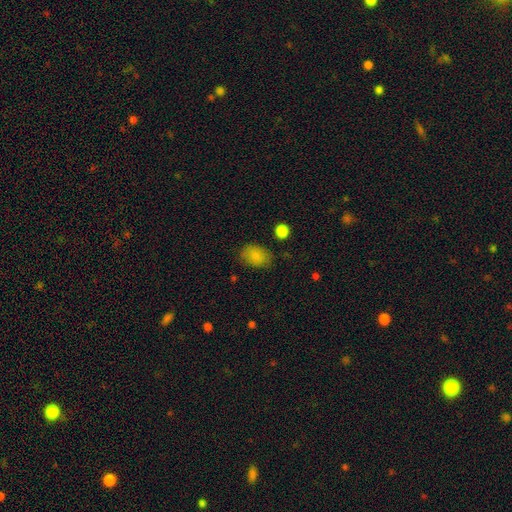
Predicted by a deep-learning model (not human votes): smooth-or-featured: smooth: 85% | star or artifact: 9% | featured or disk: 6%
  how-rounded: in between: 78% | round: 21% | cigar-shaped: 1%
  merging: none: 75% | minor disturbance: 18% | major disturbance: 5% | merger: 2%